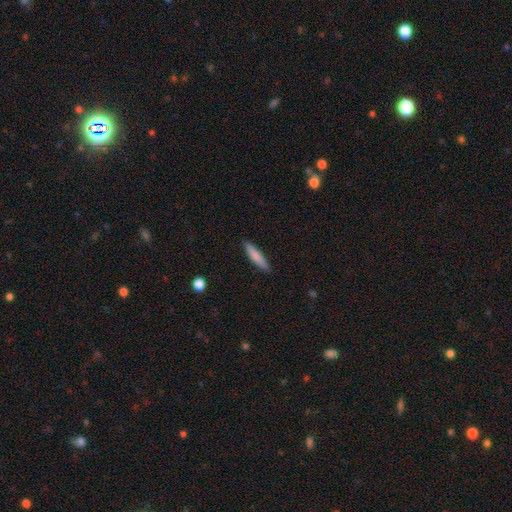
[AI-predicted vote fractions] Morphology: type=smooth (79%); roundness=cigar-shaped (85%); merging=none (88%).